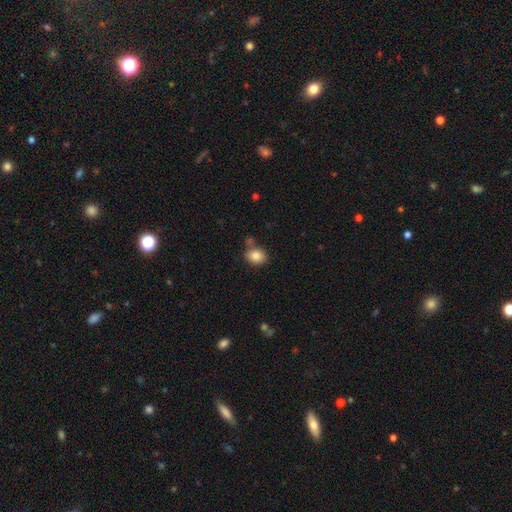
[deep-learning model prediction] Q: Smooth or featured?
A: smooth (85%); runner-up: star or artifact (9%)
Q: How rounded?
A: in between (50%); runner-up: round (49%)
Q: Merging?
A: none (68%); runner-up: minor disturbance (15%)